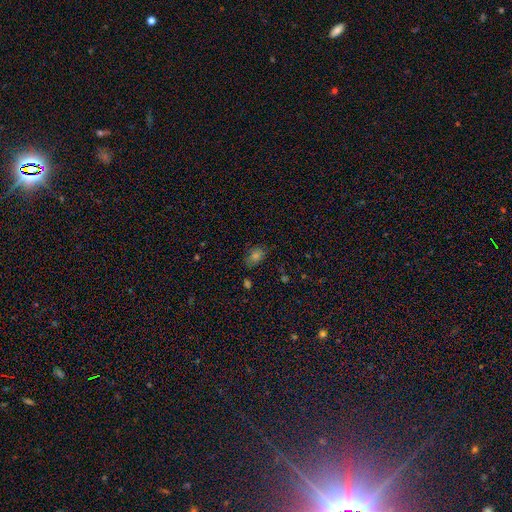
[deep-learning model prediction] Smooth or featured? Predicted: smooth (p=0.67). How rounded? Predicted: in between (p=0.74). Merging? Predicted: none (p=0.77).